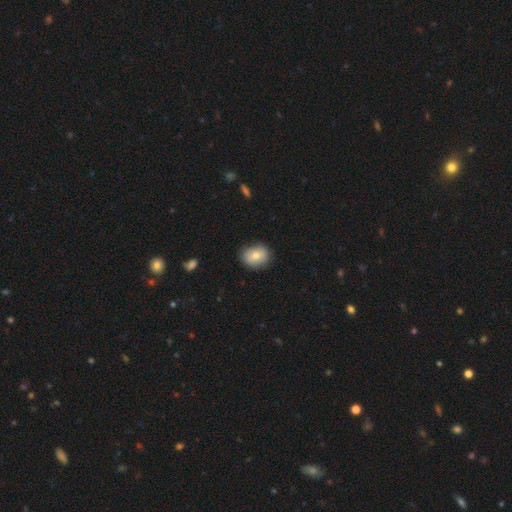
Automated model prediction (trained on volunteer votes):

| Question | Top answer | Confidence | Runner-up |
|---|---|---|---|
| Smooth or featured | smooth | 72% | featured or disk (20%) |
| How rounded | round | 58% | in between (41%) |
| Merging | none | 82% | minor disturbance (14%) |